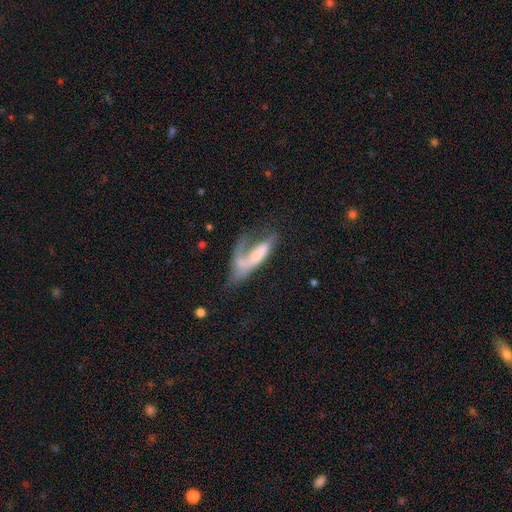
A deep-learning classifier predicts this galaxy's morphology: featured or disk 52%, smooth 40%, star or artifact 8%. Down the decision tree: edge-on disk — no (82%); merging — major disturbance (45%).